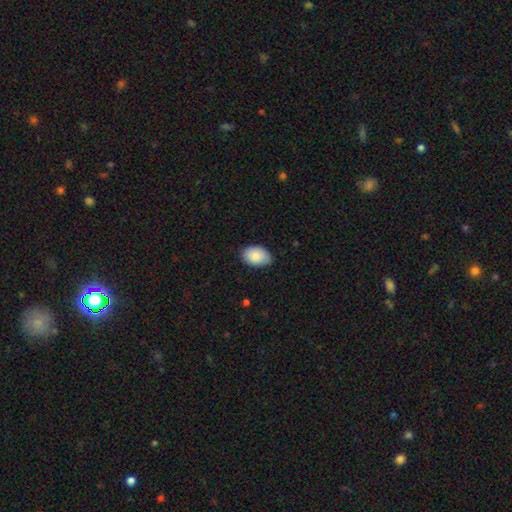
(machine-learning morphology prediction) smooth_or_featured: smooth (p=0.86) [alt: featured or disk p=0.08]
how_rounded: in between (p=0.86) [alt: round p=0.13]
merging: none (p=0.74) [alt: minor disturbance p=0.22]